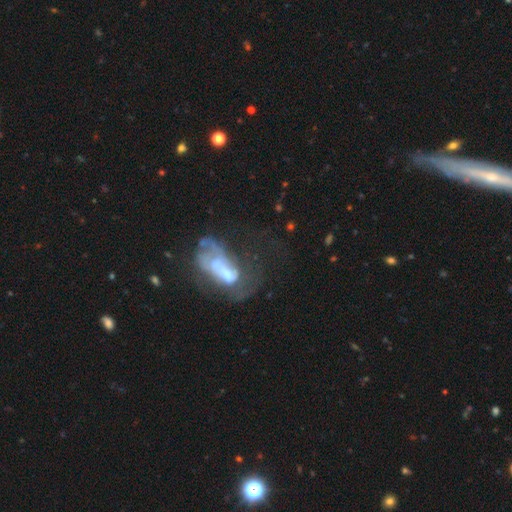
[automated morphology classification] smooth_or_featured: featured or disk (p=0.56) [alt: smooth p=0.25]
disk_edge_on: no (p=0.80) [alt: yes p=0.20]
merging: none (p=0.41) [alt: major disturbance p=0.28]